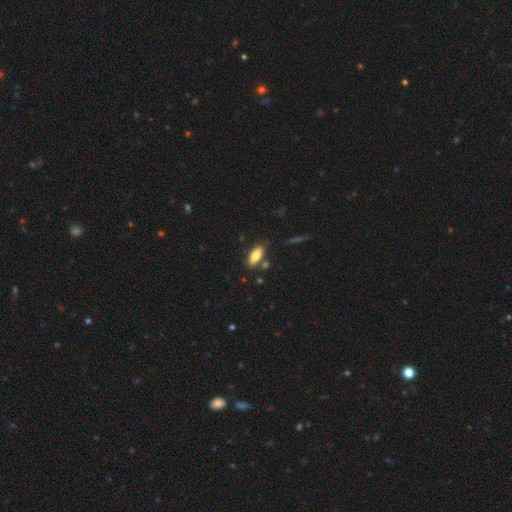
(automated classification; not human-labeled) Smooth or featured?
  - smooth: 79% *
  - featured or disk: 15%
  - star or artifact: 7%
How rounded?
  - in between: 80% *
  - cigar-shaped: 18%
  - round: 2%
Merging?
  - none: 82% *
  - minor disturbance: 11%
  - merger: 5%
  - major disturbance: 2%